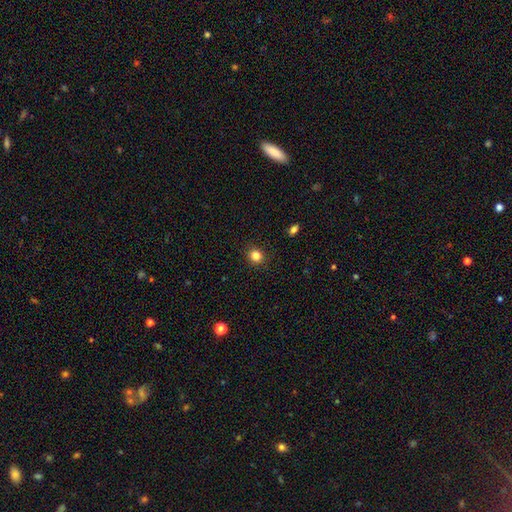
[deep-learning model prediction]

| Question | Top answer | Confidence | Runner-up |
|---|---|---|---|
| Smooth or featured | smooth | 84% | star or artifact (12%) |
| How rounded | round | 83% | in between (16%) |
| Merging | none | 91% | minor disturbance (6%) |